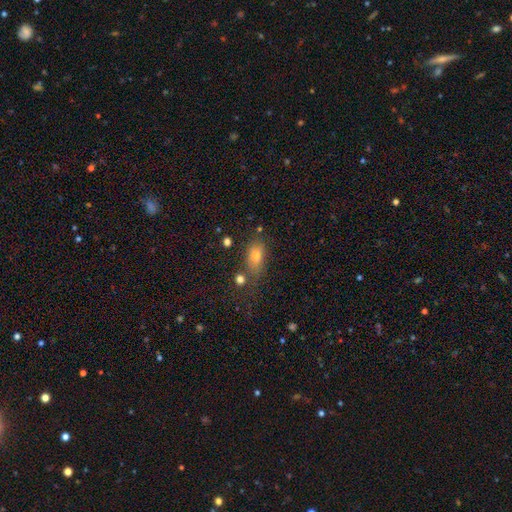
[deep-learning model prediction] This is likely a smooth galaxy (73%). How rounded: likely in between (80%). Merging: likely none (62%).